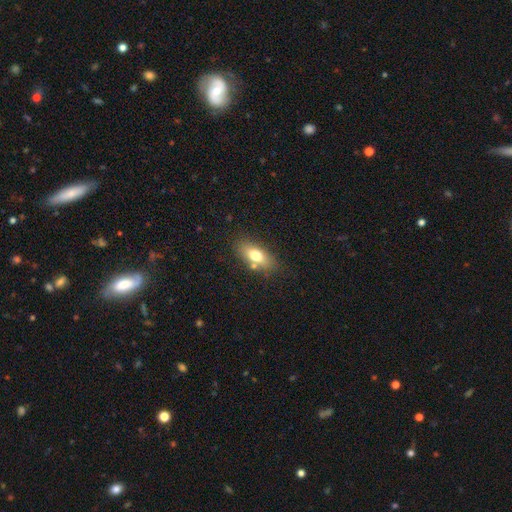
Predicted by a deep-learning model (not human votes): This is likely a smooth galaxy (71%). How rounded: clearly in between (82%). Merging: likely none (73%).